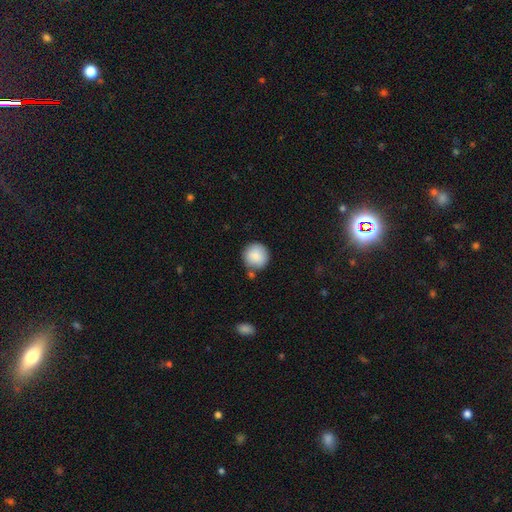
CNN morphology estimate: smooth 87%, star or artifact 7%, featured or disk 6%. Down the decision tree: how rounded — round (95%); merging — none (76%).